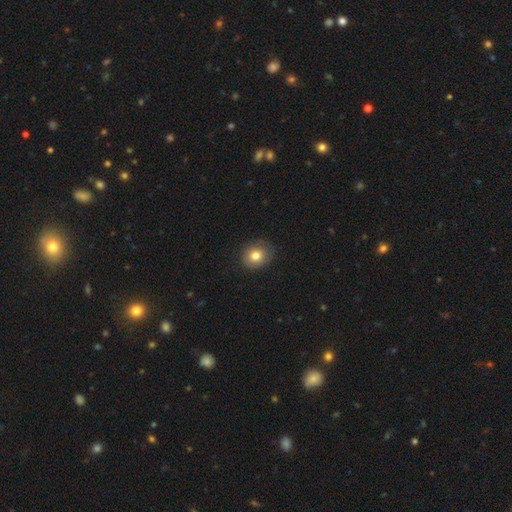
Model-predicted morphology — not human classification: Overall: smooth (78%). How rounded: round (74%). Merging: none (82%).